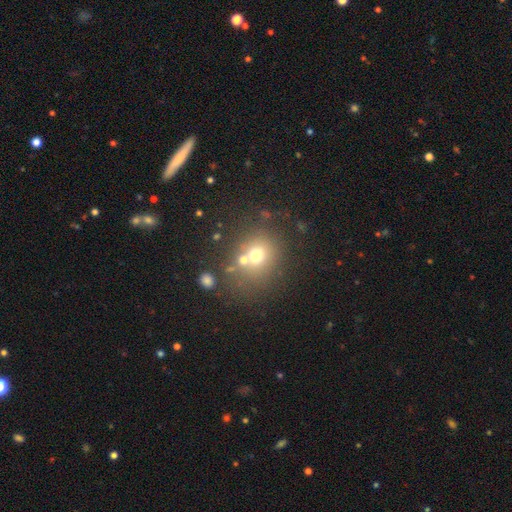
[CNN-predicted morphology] smooth_or_featured: smooth (p=0.66) [alt: featured or disk p=0.17]
how_rounded: round (p=0.75) [alt: in between p=0.24]
merging: none (p=0.58) [alt: merger p=0.24]